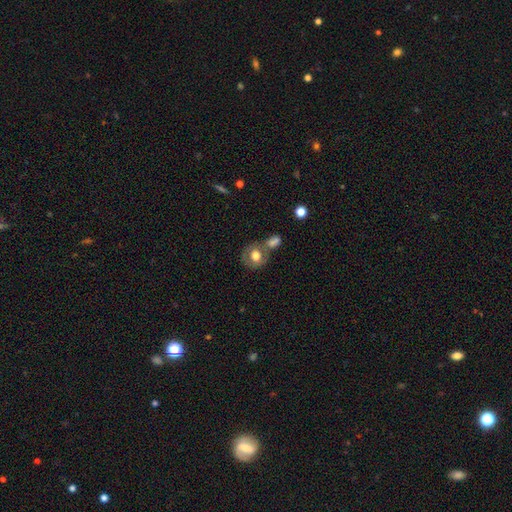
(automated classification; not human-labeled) Smooth or featured?
  - smooth: 62% *
  - featured or disk: 30%
  - star or artifact: 8%
How rounded?
  - round: 71% *
  - in between: 28%
  - cigar-shaped: 1%
Merging?
  - none: 45% *
  - merger: 33%
  - minor disturbance: 14%
  - major disturbance: 7%